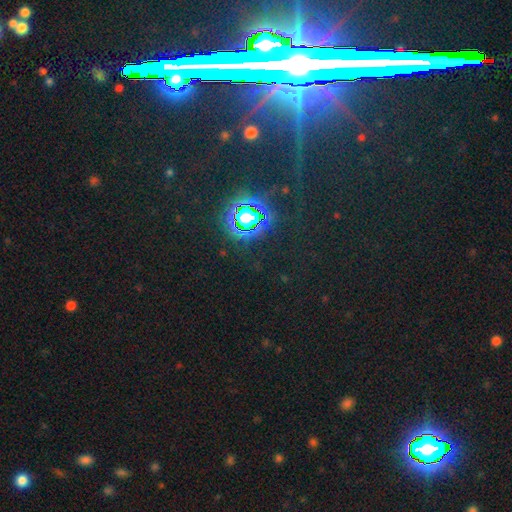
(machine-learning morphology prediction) The model was most divided on "smooth or featured": star or artifact: 77%, featured or disk: 12%, smooth: 11%.